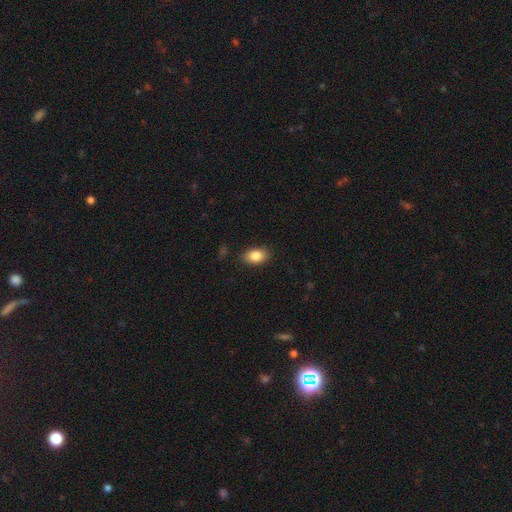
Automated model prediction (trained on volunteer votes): Smooth or featured: smooth — 85% (star or artifact — 8%)
How rounded: in between — 86% (round — 13%)
Merging: none — 86% (minor disturbance — 10%)